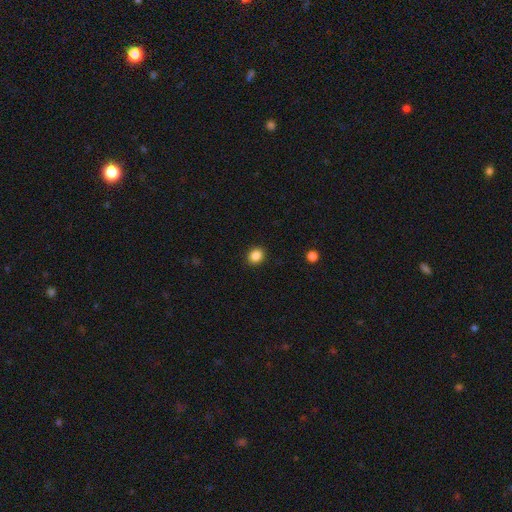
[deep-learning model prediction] The model was most divided on "how rounded": round: 70%, in between: 29%, cigar-shaped: 1%. More confident: merging — none (91%); smooth or featured — smooth (86%).